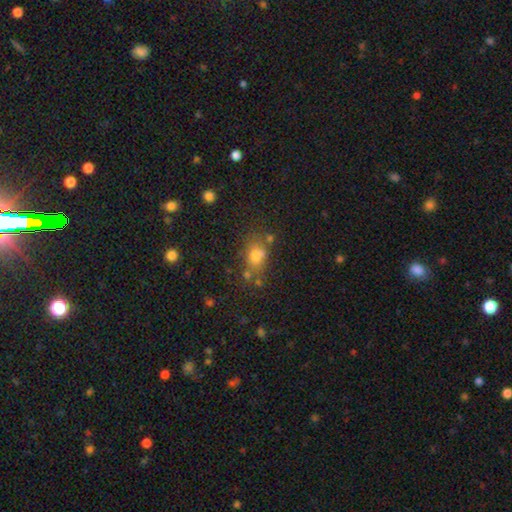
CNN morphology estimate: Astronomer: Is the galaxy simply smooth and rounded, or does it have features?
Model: smooth — 69%.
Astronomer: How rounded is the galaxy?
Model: in between — 53% (runner-up: round, 45%).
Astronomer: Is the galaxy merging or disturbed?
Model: none — 56%.